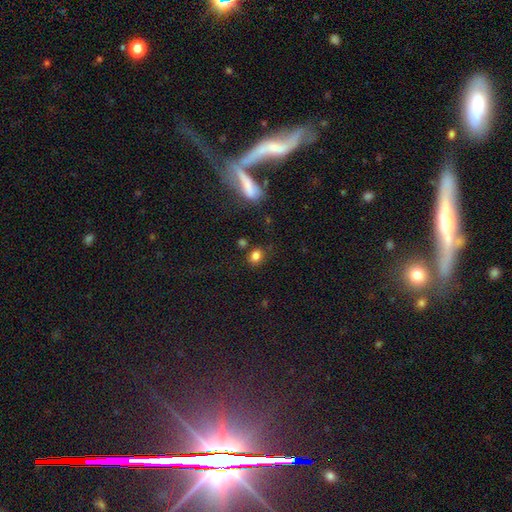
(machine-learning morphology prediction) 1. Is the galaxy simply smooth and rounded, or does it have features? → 81% smooth, 13% star or artifact, 6% featured or disk.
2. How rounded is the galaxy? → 63% round, 36% in between, 1% cigar-shaped.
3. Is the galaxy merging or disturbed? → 75% none, 14% minor disturbance, 7% merger, 5% major disturbance.